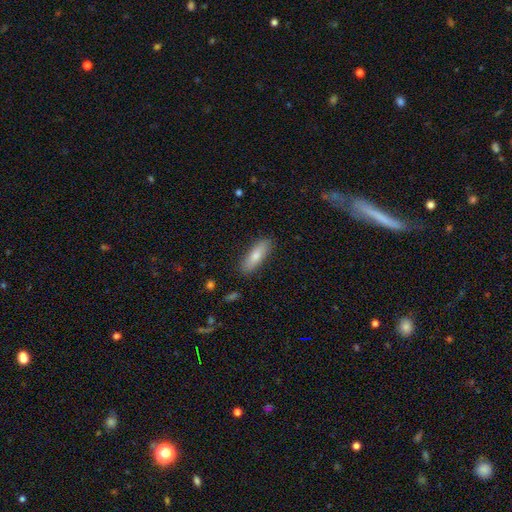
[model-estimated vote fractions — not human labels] A smooth galaxy with no disk features (73%) that is cigar-shaped (53%). Merging: none (87%).